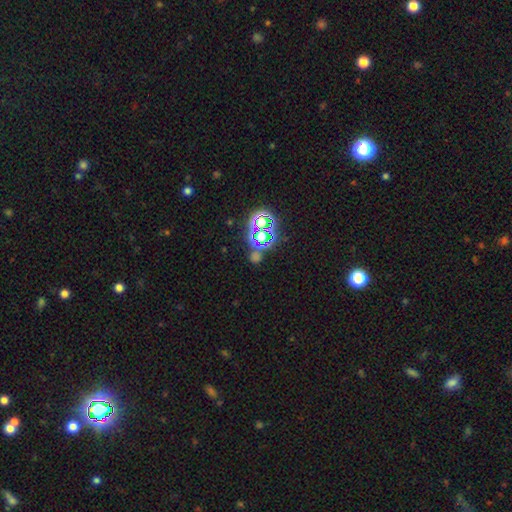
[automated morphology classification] This appears to be a star or artifact, not a galaxy (69%).